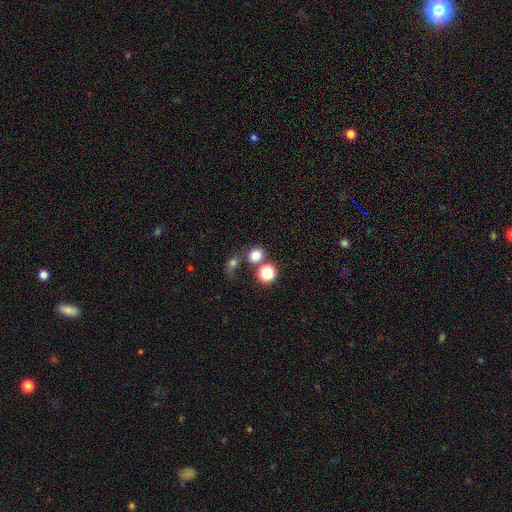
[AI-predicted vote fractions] Smooth or featured? Predicted: smooth (p=0.77). How rounded? Predicted: round (p=0.81). Merging? Predicted: none (p=0.64).